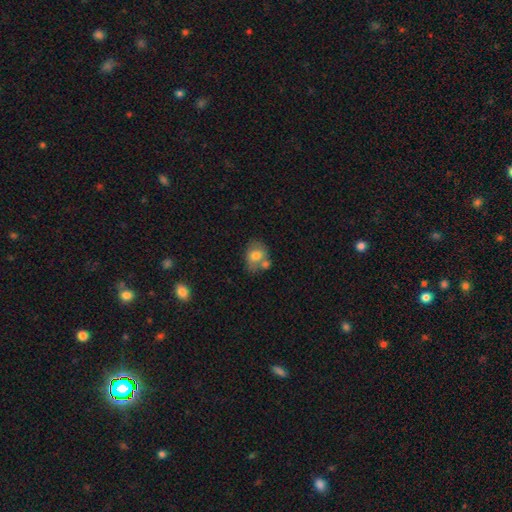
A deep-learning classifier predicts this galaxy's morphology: smooth-or-featured: smooth: 73% | featured or disk: 19% | star or artifact: 8%
  how-rounded: in between: 54% | round: 45% | cigar-shaped: 1%
  merging: none: 46% | merger: 31% | minor disturbance: 17% | major disturbance: 6%